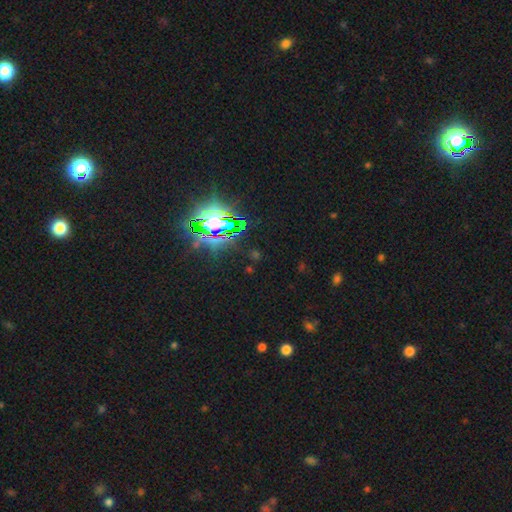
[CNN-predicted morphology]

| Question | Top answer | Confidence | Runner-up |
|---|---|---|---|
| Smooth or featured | star or artifact | 74% | smooth (18%) |